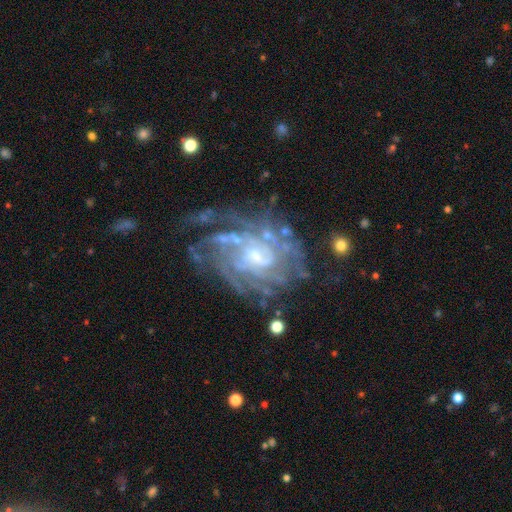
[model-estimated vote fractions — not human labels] Smooth or featured?
  - featured or disk: 88% *
  - star or artifact: 7%
  - smooth: 5%
Edge-on disk?
  - no: 97% *
  - yes: 3%
Bar?
  - no: 48% *
  - weak: 42%
  - strong: 10%
Spiral arms?
  - yes: 95% *
  - no: 5%
Spiral winding?
  - tight: 65% *
  - medium: 28%
  - loose: 7%
Spiral arm count?
  - can't tell: 37% *
  - 4: 19%
  - 3: 13%
  - more than 4: 13%
  - 2: 10%
  - 1: 7%
Bulge size?
  - small: 47% *
  - moderate: 42%
  - none: 5%
  - large: 4%
  - dominant: 1%
Merging?
  - none: 63% *
  - minor disturbance: 20%
  - major disturbance: 14%
  - merger: 3%